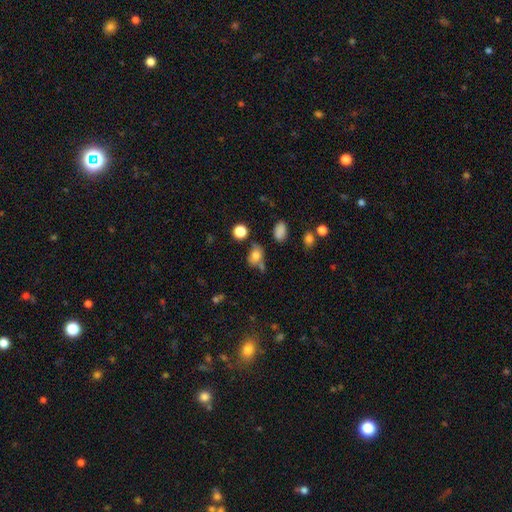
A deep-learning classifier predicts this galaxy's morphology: Smooth or featured? smooth (76%)
How rounded? in between (66%)
Merging? none (56%)